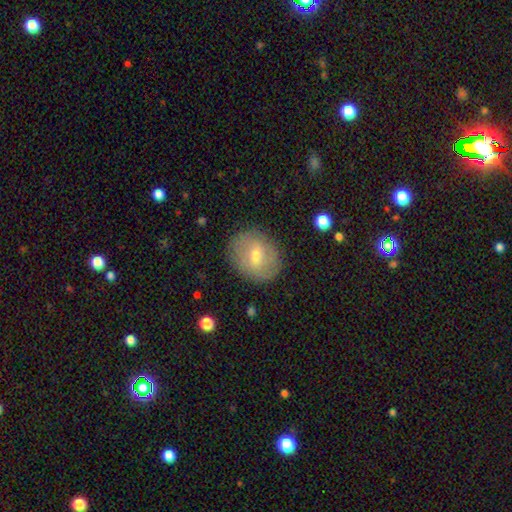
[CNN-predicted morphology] The model was most divided on "smooth or featured": smooth: 56%, featured or disk: 35%, star or artifact: 9%. More confident: merging — none (85%); how rounded — round (64%).